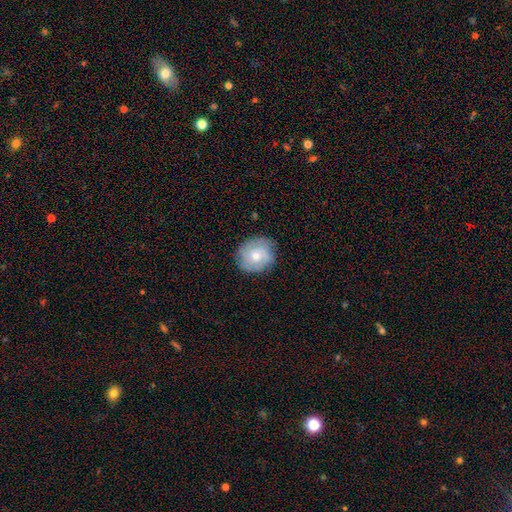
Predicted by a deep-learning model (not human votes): This is possibly a smooth galaxy (49%). Merging: likely none (79%).